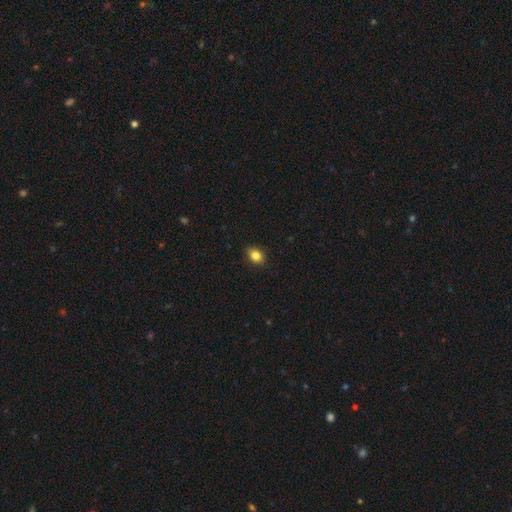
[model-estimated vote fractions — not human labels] Smooth or featured? smooth (84%)
How rounded? in between (64%)
Merging? none (87%)